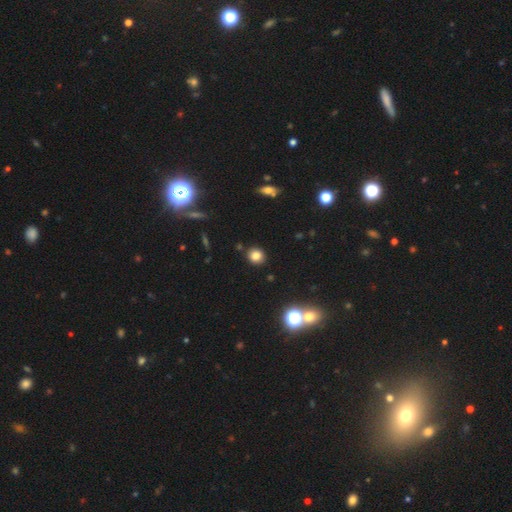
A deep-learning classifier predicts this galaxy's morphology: smooth 80%, star or artifact 14%, featured or disk 6%. Down the decision tree: how rounded — round (83%); merging — none (88%).